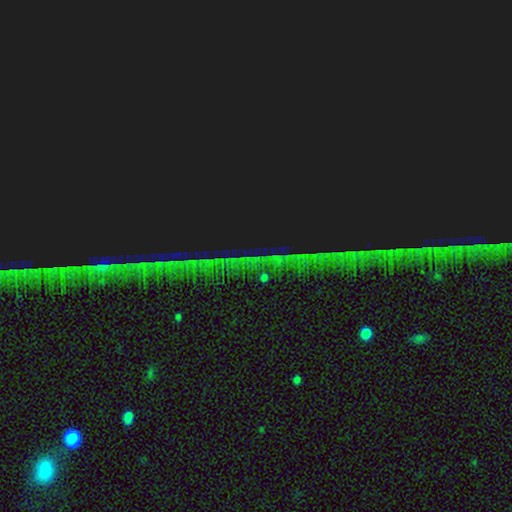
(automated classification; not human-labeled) star or artifact 84%, featured or disk 8%, smooth 8%.